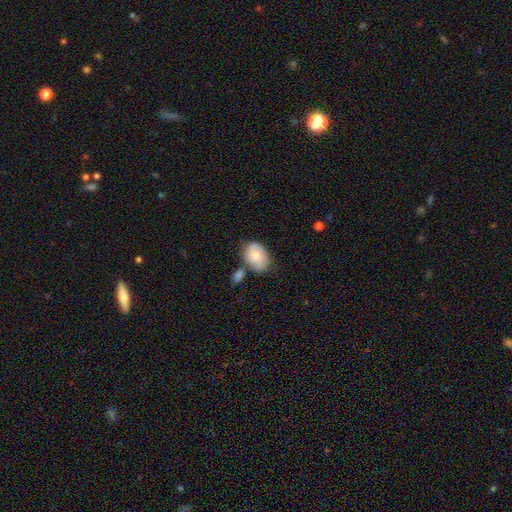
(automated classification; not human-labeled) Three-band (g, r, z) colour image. It shows a smooth galaxy with no disk features (67%) that is in between round and cigar-shaped (77%). Merging: none (50%).